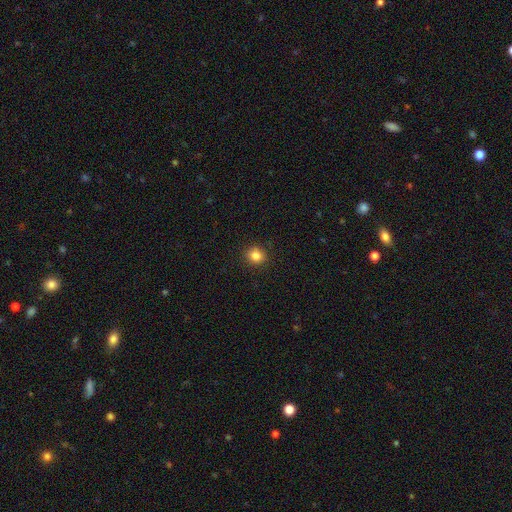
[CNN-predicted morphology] type=smooth (83%); roundness=round (85%); merging=none (91%).